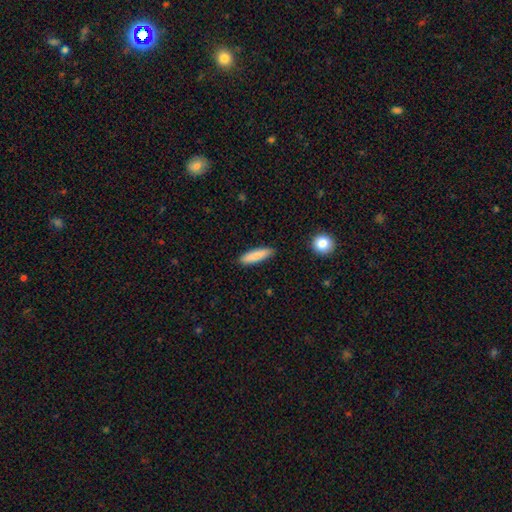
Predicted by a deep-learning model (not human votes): A smooth galaxy with no disk features (84%) that is cigar-shaped (69%). Merging: none (89%).